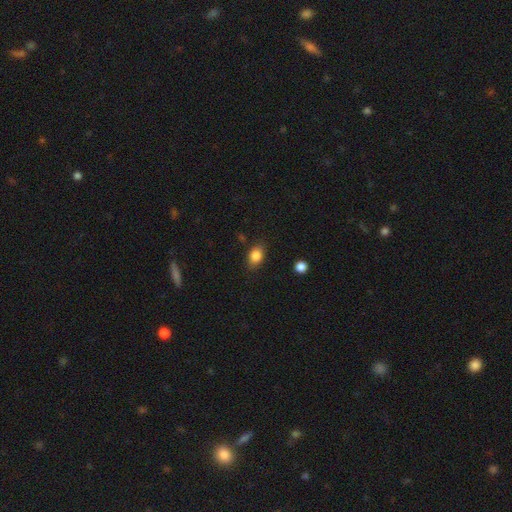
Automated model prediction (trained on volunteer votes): Smooth or featured? smooth (85%)
How rounded? in between (74%)
Merging? none (82%)